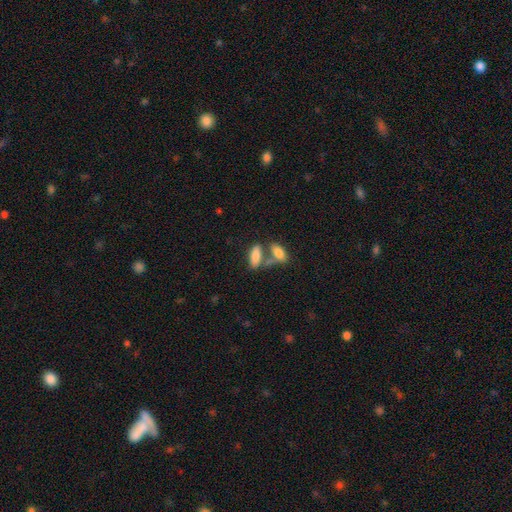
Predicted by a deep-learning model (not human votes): A smooth galaxy with no disk features (82%) that is in between round and cigar-shaped (74%).

Vote fractions:
- Smooth or featured? smooth: 82% / featured or disk: 10% / star or artifact: 7%
- How rounded? in between: 74% / cigar-shaped: 23% / round: 3%
- Merging? merger: 44% / none: 41% / minor disturbance: 10% / major disturbance: 5%